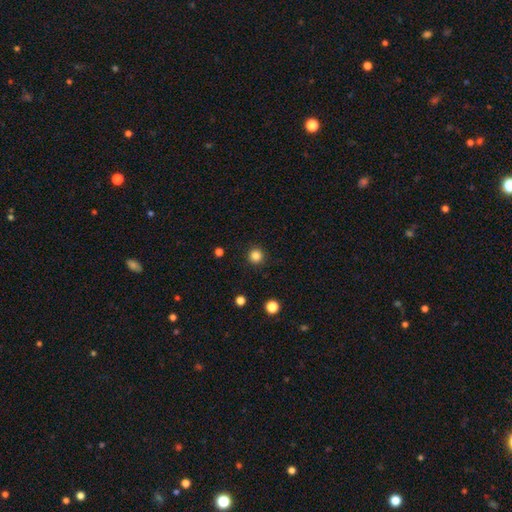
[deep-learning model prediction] A smooth galaxy with no disk features (84%) that is round (96%). Merging: none (92%).